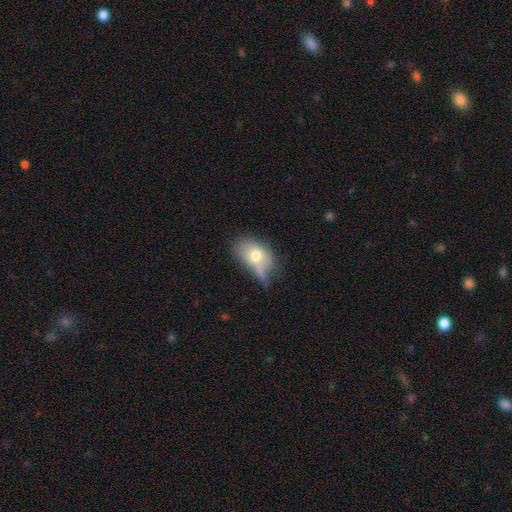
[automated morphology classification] The model was most divided on "merging": minor disturbance: 33%, none: 30%, major disturbance: 22%, merger: 14%. More confident: how rounded — in between (84%); smooth or featured — smooth (69%).